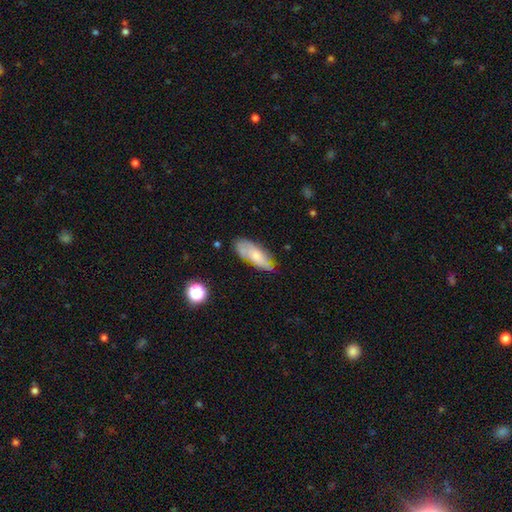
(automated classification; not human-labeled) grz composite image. It shows a smooth galaxy with no disk features (60%) that is in between round and cigar-shaped (75%). Merging: none (63%).